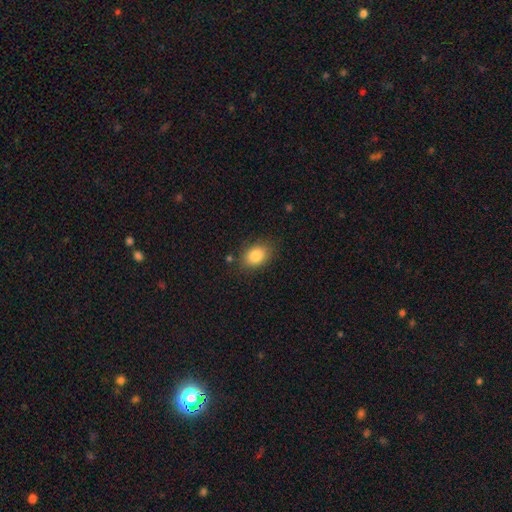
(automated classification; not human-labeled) Morphology: type=smooth (85%); roundness=in between (76%); merging=none (82%).